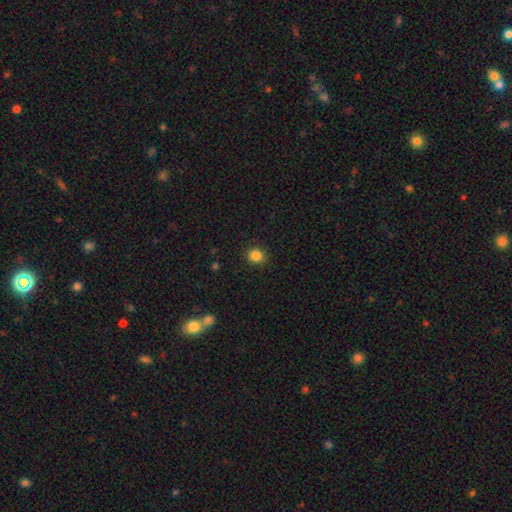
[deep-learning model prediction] A smooth galaxy with no disk features (86%) that is round (82%).

Vote fractions:
- Smooth or featured? smooth: 86% / star or artifact: 11% / featured or disk: 4%
- How rounded? round: 82% / in between: 17% / cigar-shaped: 1%
- Merging? none: 90% / minor disturbance: 7% / major disturbance: 2% / merger: 1%